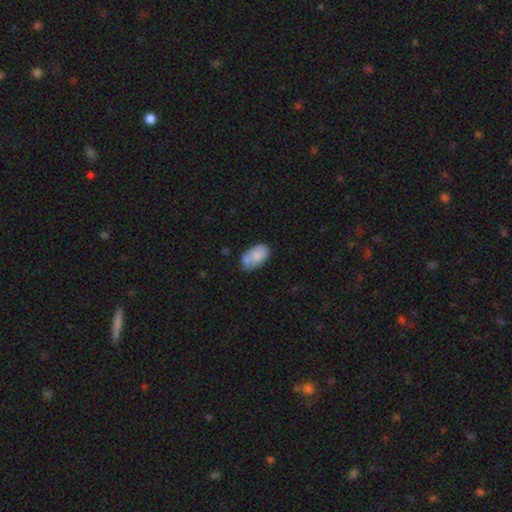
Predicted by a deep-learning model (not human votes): Q: Smooth or featured?
A: smooth (80%); runner-up: featured or disk (13%)
Q: How rounded?
A: in between (93%); runner-up: round (5%)
Q: Merging?
A: none (52%); runner-up: minor disturbance (26%)